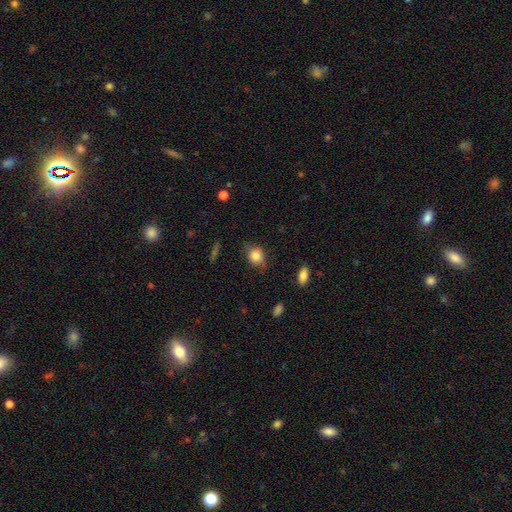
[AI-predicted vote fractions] This appears to be a smooth galaxy with no disk features (83%) that is round (59%). Merging: none (72%).